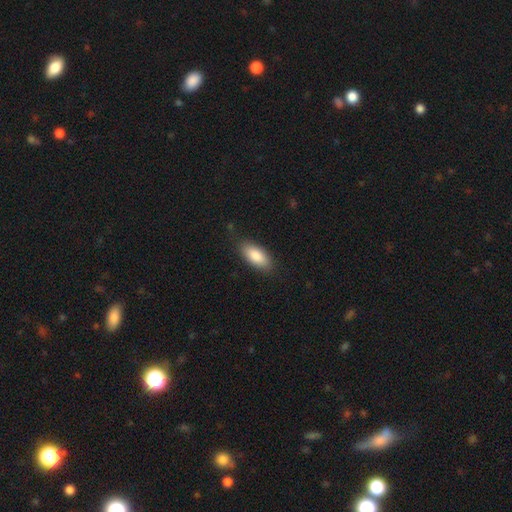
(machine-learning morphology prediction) Q: Smooth or featured?
A: smooth (86%); runner-up: featured or disk (8%)
Q: How rounded?
A: in between (87%); runner-up: cigar-shaped (11%)
Q: Merging?
A: none (82%); runner-up: minor disturbance (14%)